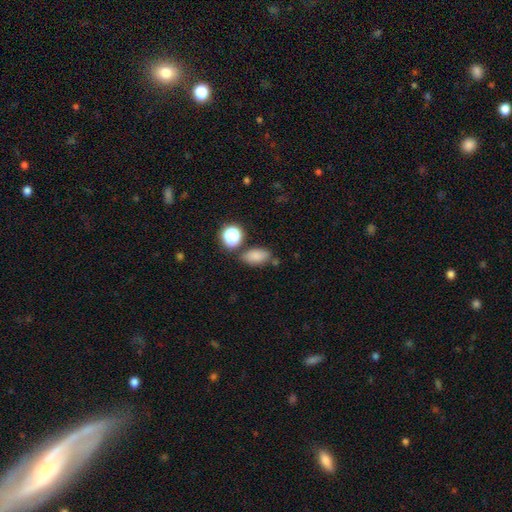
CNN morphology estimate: smooth 80%, star or artifact 13%, featured or disk 7%. Down the decision tree: how rounded — in between (85%); merging — none (72%).